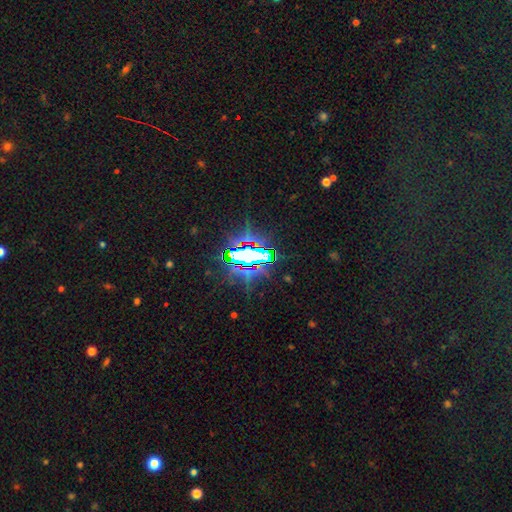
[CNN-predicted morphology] This appears to be a star or artifact, not a galaxy (80%).